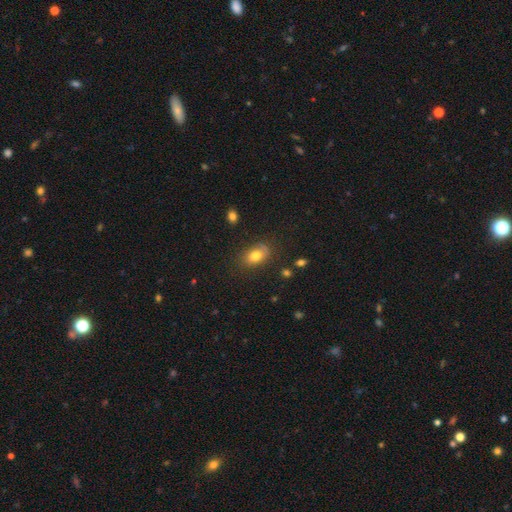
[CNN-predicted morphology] Overall: smooth (72%). How rounded: in between (81%). Merging: none (66%).